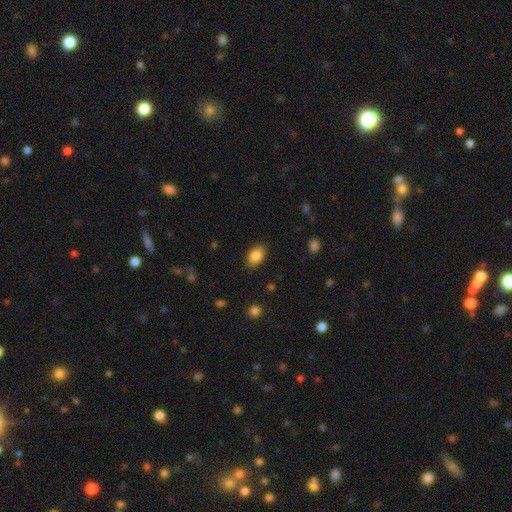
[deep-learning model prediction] The model was most divided on "merging": none: 86%, minor disturbance: 11%, major disturbance: 3%, merger: 1%. More confident: how rounded — in between (88%); smooth or featured — smooth (85%).